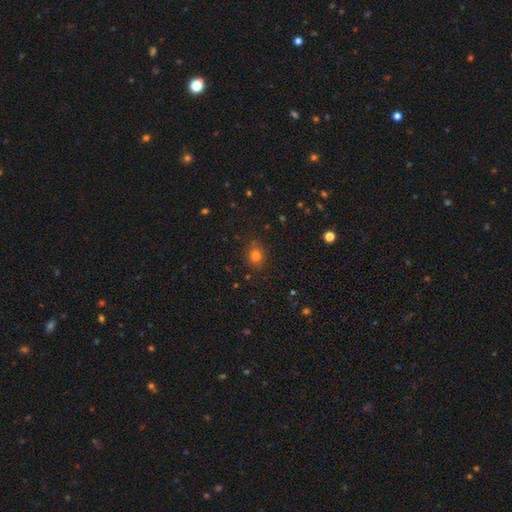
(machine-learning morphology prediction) This is likely a smooth galaxy (78%). How rounded: likely round (68%). Merging: clearly none (82%).